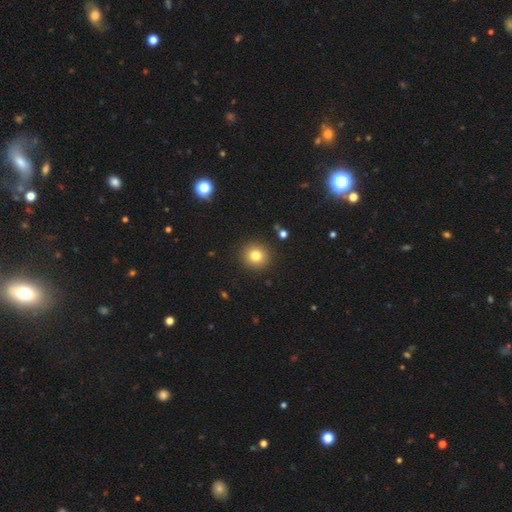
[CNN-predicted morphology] smooth-or-featured: smooth: 80% | star or artifact: 12% | featured or disk: 8%
  how-rounded: round: 92% | in between: 7% | cigar-shaped: 1%
  merging: none: 91% | minor disturbance: 6% | major disturbance: 2% | merger: 1%